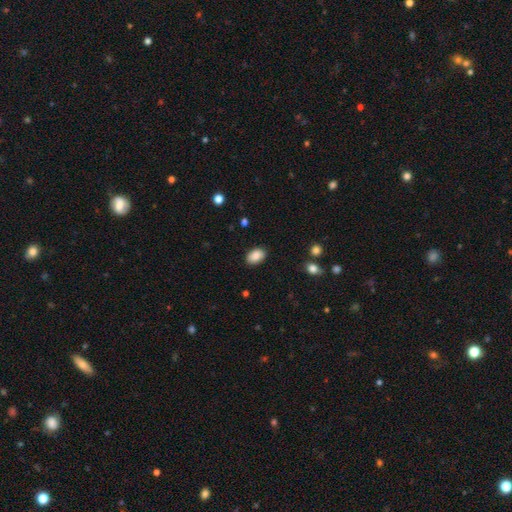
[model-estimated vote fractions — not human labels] Overall: smooth (89%). How rounded: in between (88%). Merging: none (87%).